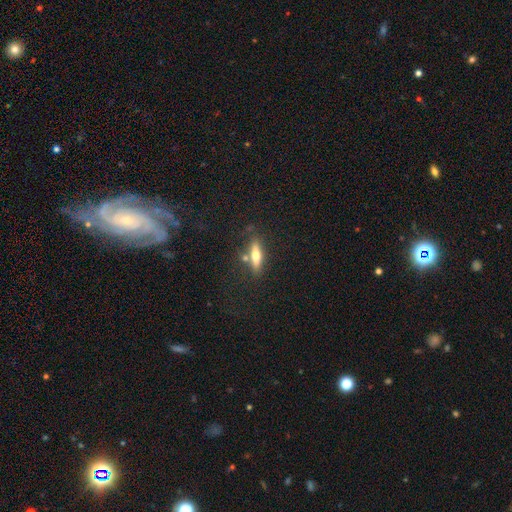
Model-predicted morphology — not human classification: Smooth or featured? smooth (52%)
How rounded? cigar-shaped (63%)
Merging? none (73%)